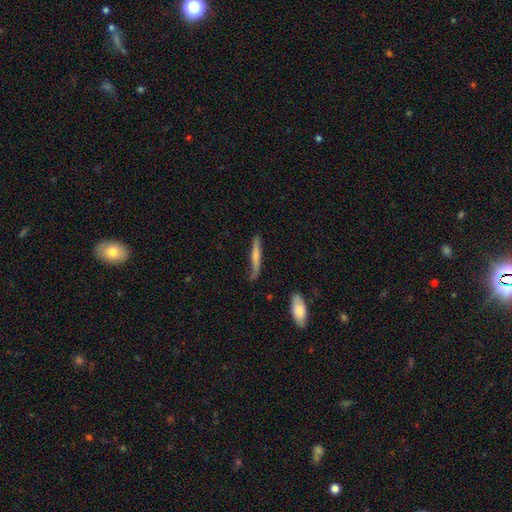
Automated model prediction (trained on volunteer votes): Smooth or featured? Predicted: smooth (p=0.60). How rounded? Predicted: cigar-shaped (p=0.93). Merging? Predicted: none (p=0.70).